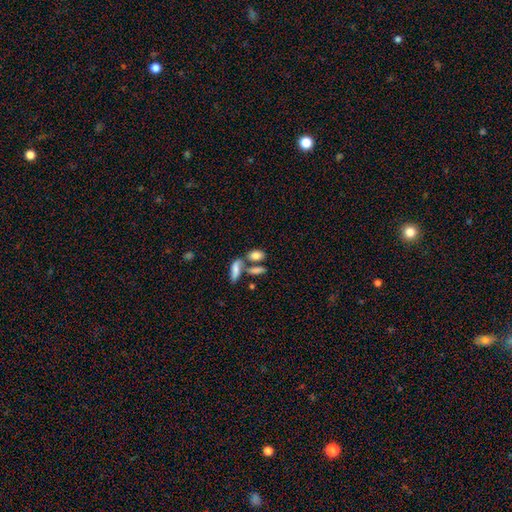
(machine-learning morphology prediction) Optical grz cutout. It shows a smooth galaxy with no disk features (77%) that is in between round and cigar-shaped (85%). Merging: none (43%).